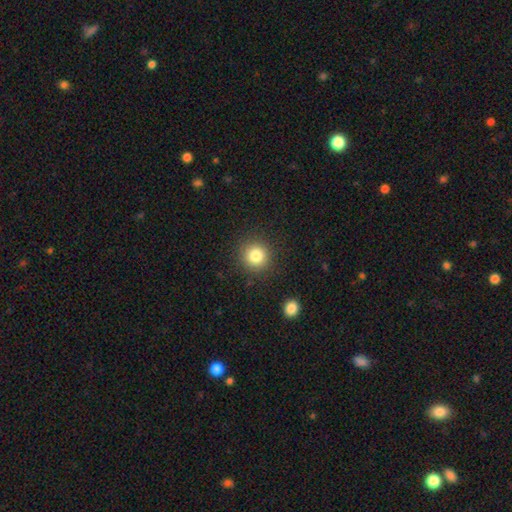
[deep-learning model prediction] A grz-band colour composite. It shows a smooth galaxy with no disk features (82%) that is round (93%). Merging: none (89%).